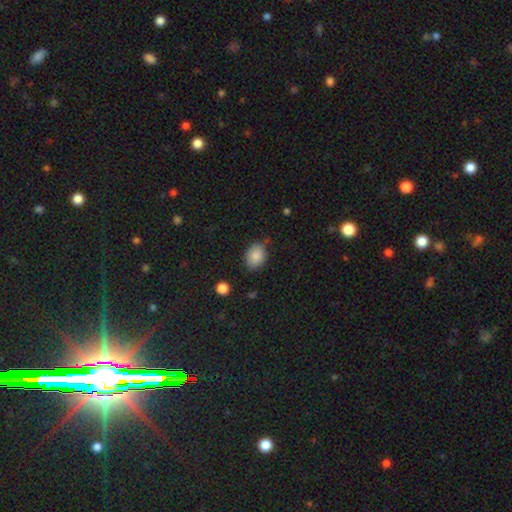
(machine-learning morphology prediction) Smooth or featured: smooth — 86% (star or artifact — 8%)
How rounded: in between — 65% (round — 34%)
Merging: none — 74% (minor disturbance — 19%)